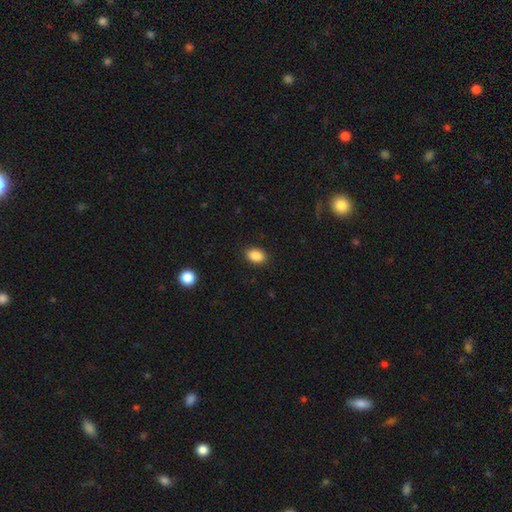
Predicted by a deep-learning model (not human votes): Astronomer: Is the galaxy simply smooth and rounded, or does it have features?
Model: smooth — 88%.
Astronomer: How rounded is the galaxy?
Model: in between — 82%.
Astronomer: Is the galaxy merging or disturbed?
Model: none — 89%.